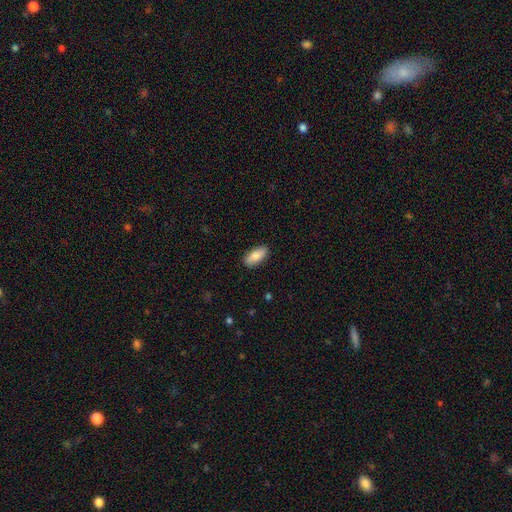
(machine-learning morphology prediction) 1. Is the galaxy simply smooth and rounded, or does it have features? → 78% smooth, 16% featured or disk, 6% star or artifact.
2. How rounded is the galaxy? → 84% in between, 13% cigar-shaped, 3% round.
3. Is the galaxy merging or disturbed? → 88% none, 10% minor disturbance, 2% major disturbance, 1% merger.